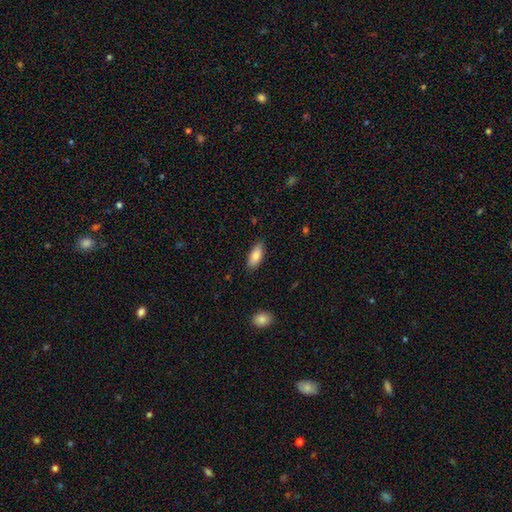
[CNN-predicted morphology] The model was most divided on "how rounded": in between: 82%, cigar-shaped: 16%, round: 2%. More confident: merging — none (84%); smooth or featured — smooth (84%).